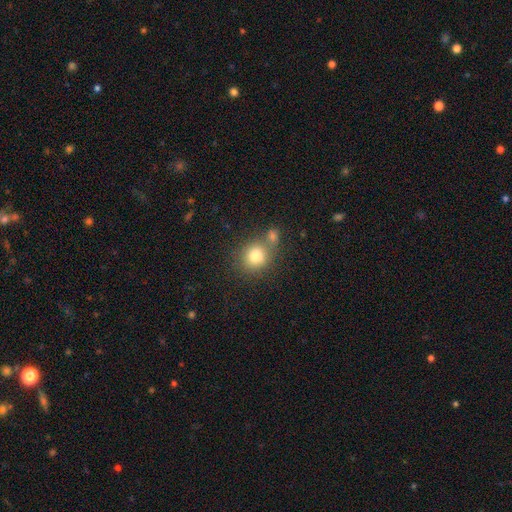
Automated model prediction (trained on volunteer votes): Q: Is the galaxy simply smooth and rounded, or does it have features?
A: smooth — 80%.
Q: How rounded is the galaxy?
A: round — 83%.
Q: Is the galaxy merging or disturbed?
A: none — 58%.